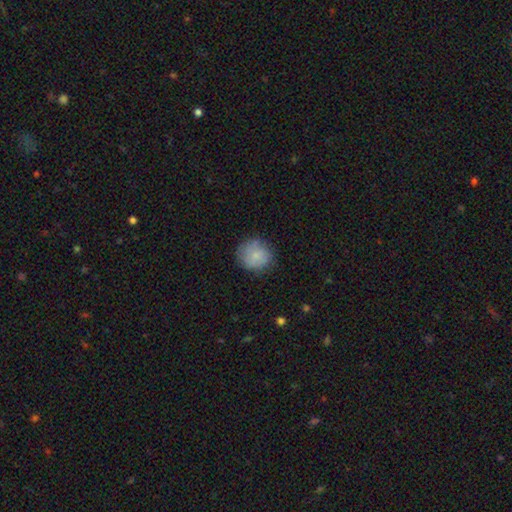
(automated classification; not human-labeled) Smooth or featured? smooth (78%)
How rounded? round (89%)
Merging? none (76%)